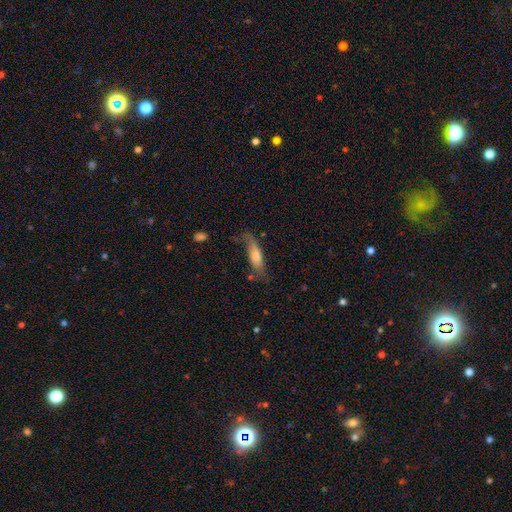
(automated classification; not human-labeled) This is possibly a featured or disk galaxy (48%). Merging: possibly none (56%).